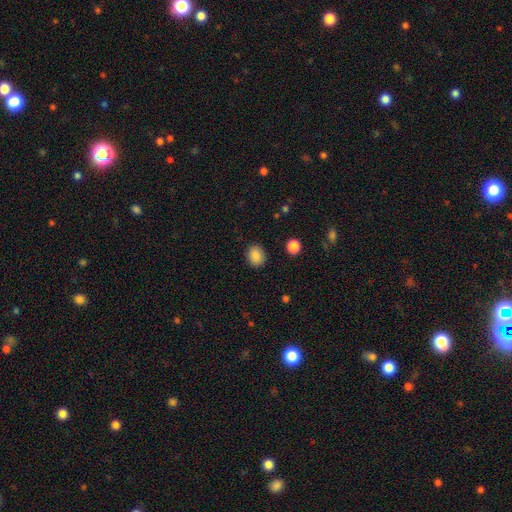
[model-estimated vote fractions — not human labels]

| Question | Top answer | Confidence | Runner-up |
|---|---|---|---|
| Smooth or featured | smooth | 86% | star or artifact (9%) |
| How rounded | in between | 50% | round (49%) |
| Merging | none | 89% | minor disturbance (8%) |